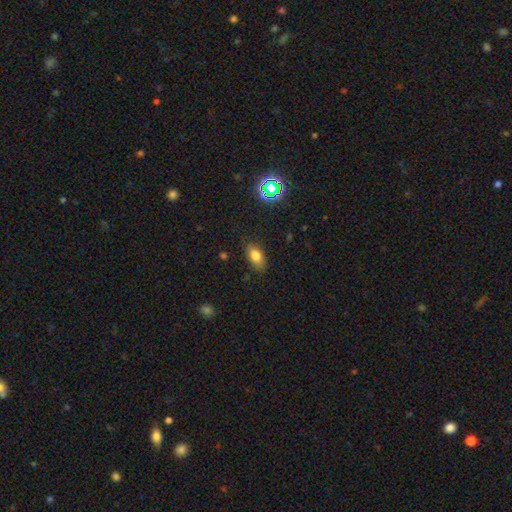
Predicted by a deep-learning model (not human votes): Morphology: type=smooth (77%); roundness=in between (86%); merging=none (81%).